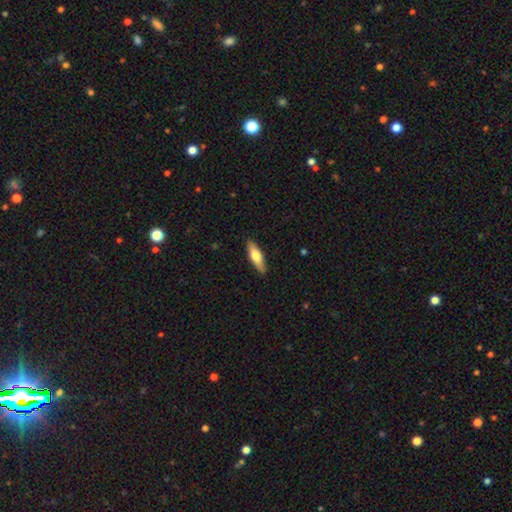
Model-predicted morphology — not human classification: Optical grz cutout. It shows a smooth galaxy with no disk features (63%) that is cigar-shaped (54%). Merging: none (89%).